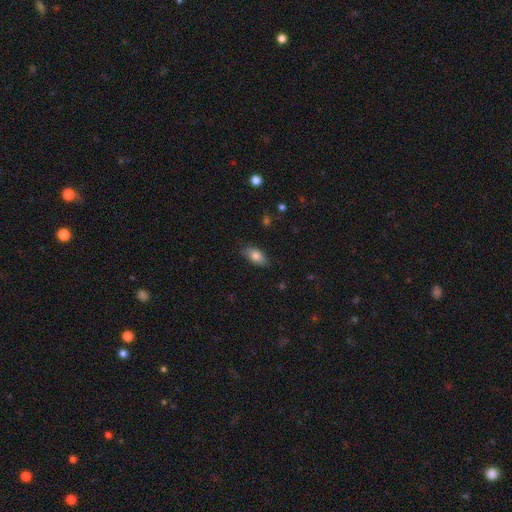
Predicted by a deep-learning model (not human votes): Overall: smooth (82%). How rounded: in between (90%). Merging: none (81%).